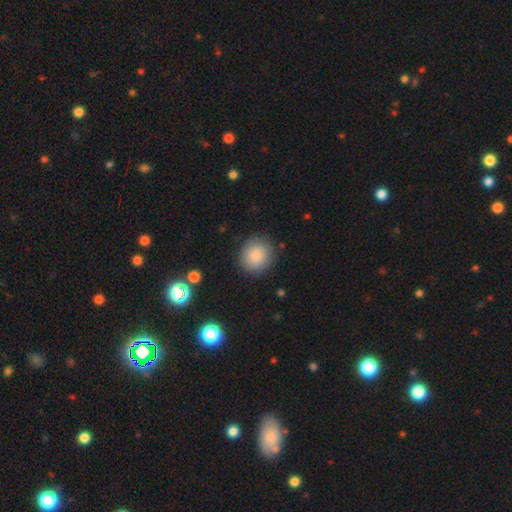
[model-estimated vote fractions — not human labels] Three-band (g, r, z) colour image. It shows a smooth galaxy with no disk features (85%) that is round (84%). Merging: none (87%).